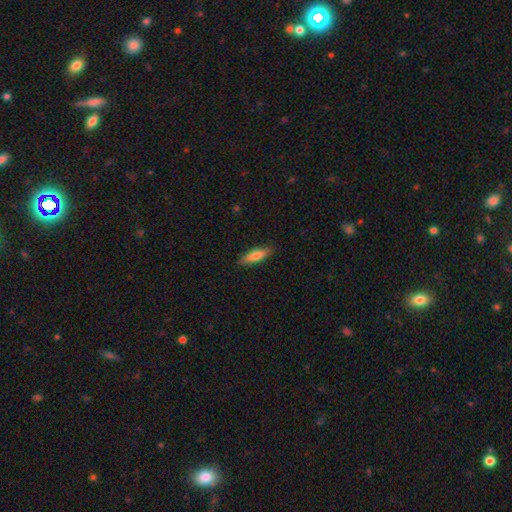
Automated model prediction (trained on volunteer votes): The model was most divided on "how rounded": cigar-shaped: 56%, in between: 42%, round: 2%. More confident: merging — none (87%); smooth or featured — smooth (75%).